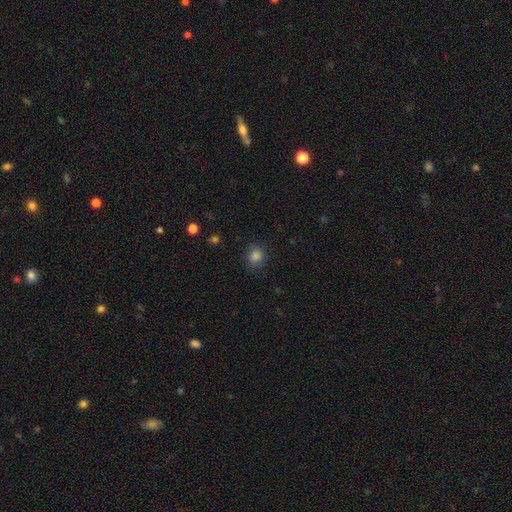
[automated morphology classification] This appears to be a smooth galaxy with no disk features (83%) that is round (75%). Merging: none (85%).